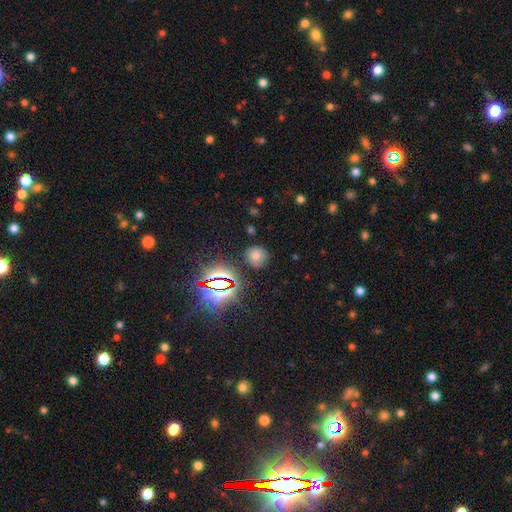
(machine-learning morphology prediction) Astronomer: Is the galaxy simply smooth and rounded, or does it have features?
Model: smooth — 62%.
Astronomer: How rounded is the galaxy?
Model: round — 86%.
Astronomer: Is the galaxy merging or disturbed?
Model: none — 83%.